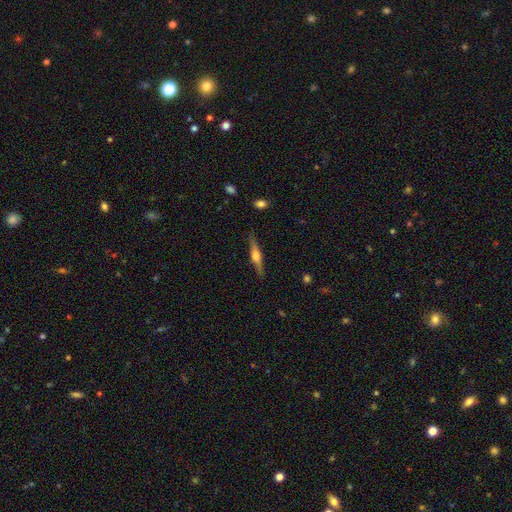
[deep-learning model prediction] featured or disk 66%, smooth 28%, star or artifact 6%. Down the decision tree: edge-on disk — yes (97%); edge-on bulge — rounded (89%); merging — none (87%).